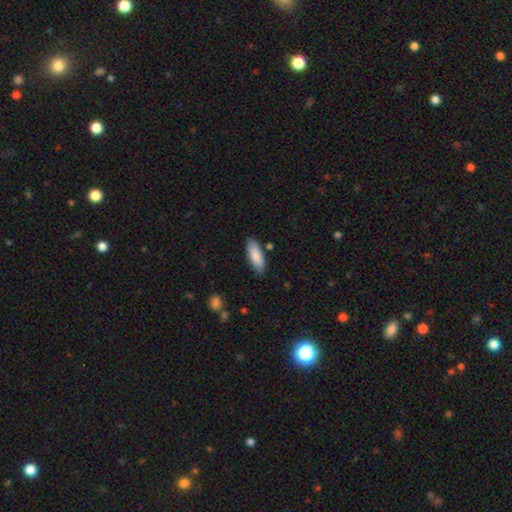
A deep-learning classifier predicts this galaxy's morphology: Smooth or featured?
  - smooth: 86% *
  - featured or disk: 9%
  - star or artifact: 6%
How rounded?
  - in between: 71% *
  - cigar-shaped: 28%
  - round: 2%
Merging?
  - none: 82% *
  - minor disturbance: 13%
  - merger: 3%
  - major disturbance: 2%